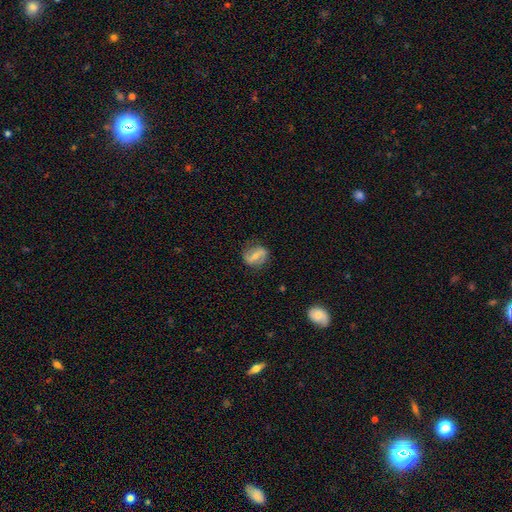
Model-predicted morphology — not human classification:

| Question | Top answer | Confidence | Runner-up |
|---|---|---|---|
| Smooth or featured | featured or disk | 56% | smooth (37%) |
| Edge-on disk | no | 92% | yes (8%) |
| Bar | strong | 60% | weak (28%) |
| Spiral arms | yes | 57% | no (43%) |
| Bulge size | small | 49% | moderate (41%) |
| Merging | none | 77% | minor disturbance (16%) |